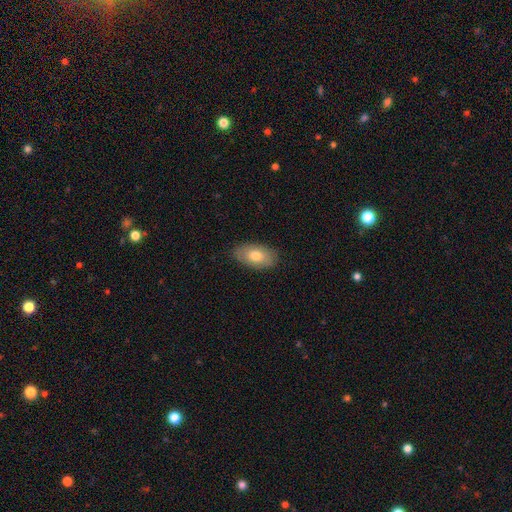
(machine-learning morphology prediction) smooth-or-featured: smooth: 74% | featured or disk: 20% | star or artifact: 6%
  how-rounded: in between: 93% | round: 5% | cigar-shaped: 2%
  merging: none: 84% | minor disturbance: 13% | major disturbance: 2% | merger: 1%